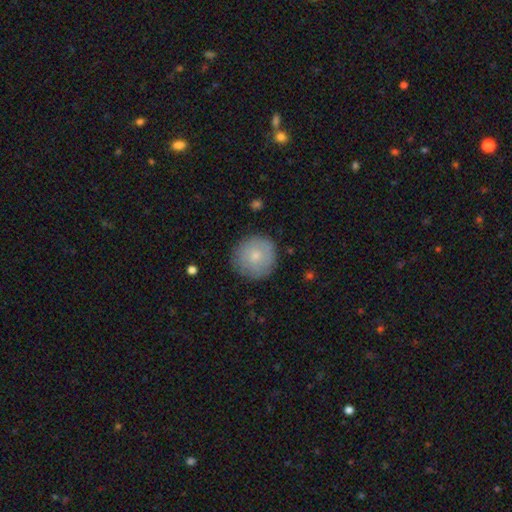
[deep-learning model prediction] smooth-or-featured: smooth: 73% | featured or disk: 20% | star or artifact: 7%
  how-rounded: round: 95% | in between: 4% | cigar-shaped: 1%
  merging: none: 85% | minor disturbance: 11% | major disturbance: 3% | merger: 1%